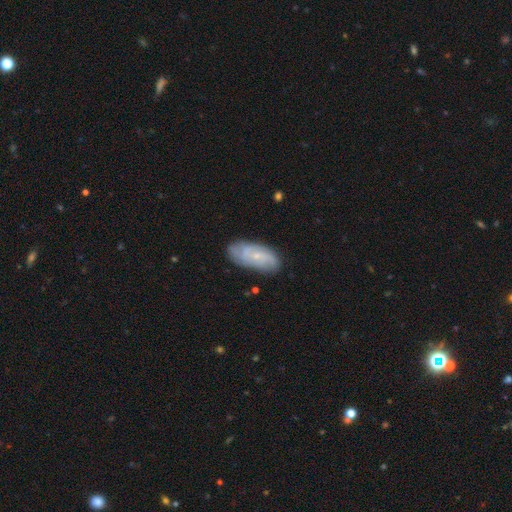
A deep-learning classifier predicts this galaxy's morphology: A featured or disk galaxy (60%) with no bar (68%), spiral arms (83%) and a small central bulge (74%).

Vote fractions:
- Smooth or featured? featured or disk: 60% / smooth: 33% / star or artifact: 7%
- Edge-on disk? no: 92% / yes: 8%
- Bar? no: 68% / weak: 28% / strong: 5%
- Spiral arms? yes: 83% / no: 17%
- Bulge size? small: 74% / moderate: 19% / none: 5% / large: 1% / dominant: 1%
- Merging? none: 74% / minor disturbance: 19% / major disturbance: 5% / merger: 2%